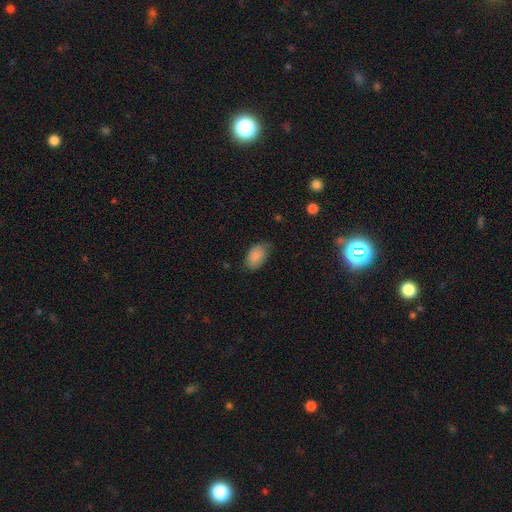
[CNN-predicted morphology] A smooth galaxy with no disk features (86%) that is in between round and cigar-shaped (93%).

Vote fractions:
- Smooth or featured? smooth: 86% / featured or disk: 7% / star or artifact: 7%
- How rounded? in between: 93% / round: 6% / cigar-shaped: 1%
- Merging? none: 64% / minor disturbance: 29% / major disturbance: 6% / merger: 1%